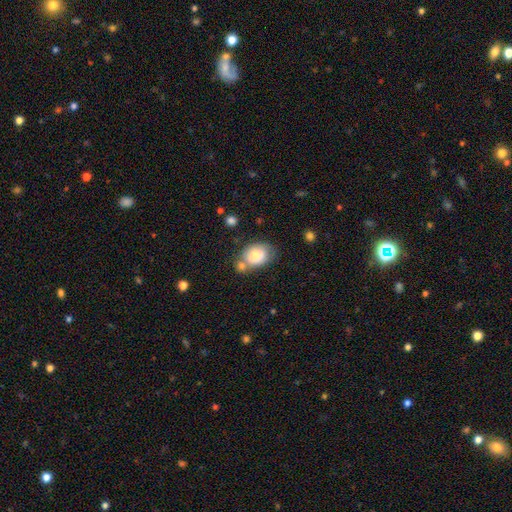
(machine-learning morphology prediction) Smooth or featured? smooth (78%)
How rounded? in between (69%)
Merging? none (50%)